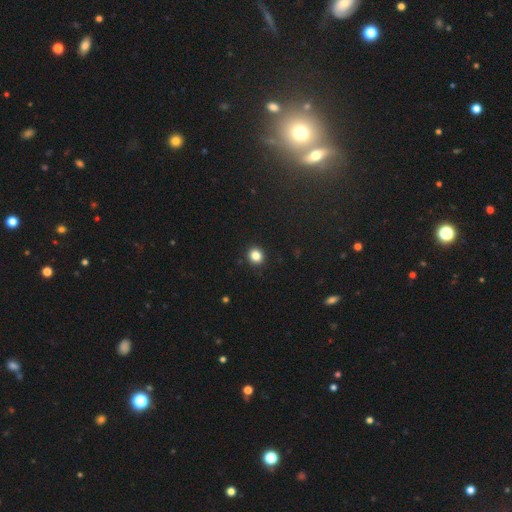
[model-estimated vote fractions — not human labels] Morphology: type=smooth (84%); roundness=round (86%); merging=none (93%).